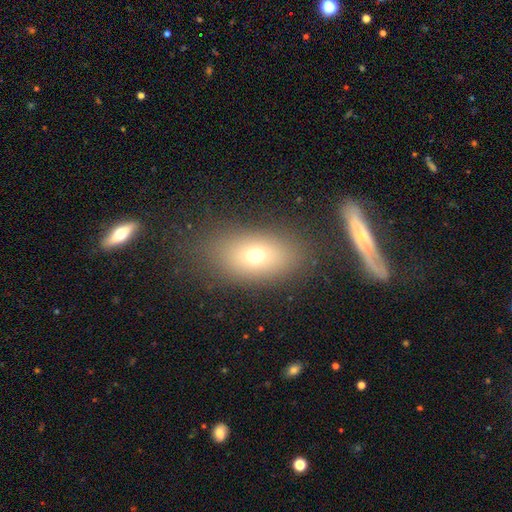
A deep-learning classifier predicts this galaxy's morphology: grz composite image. It shows a smooth galaxy with no disk features (64%) that is in between round and cigar-shaped (79%). Merging: none (76%).